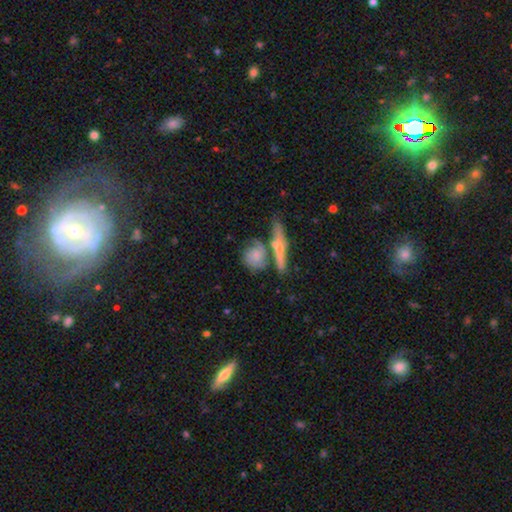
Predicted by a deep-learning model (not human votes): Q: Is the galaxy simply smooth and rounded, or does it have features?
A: smooth — 51%.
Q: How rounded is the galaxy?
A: round — 52%.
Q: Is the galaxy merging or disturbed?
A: none — 44%.